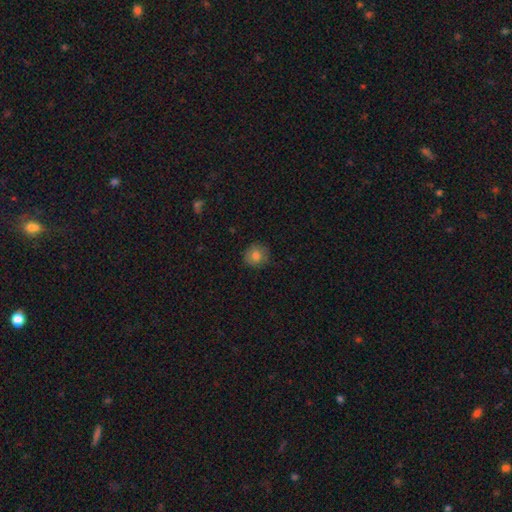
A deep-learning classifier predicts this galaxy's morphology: A smooth galaxy with no disk features (80%) that is round (86%).

Vote fractions:
- Smooth or featured? smooth: 80% / star or artifact: 10% / featured or disk: 9%
- How rounded? round: 86% / in between: 13% / cigar-shaped: 1%
- Merging? none: 81% / minor disturbance: 15% / major disturbance: 3% / merger: 1%